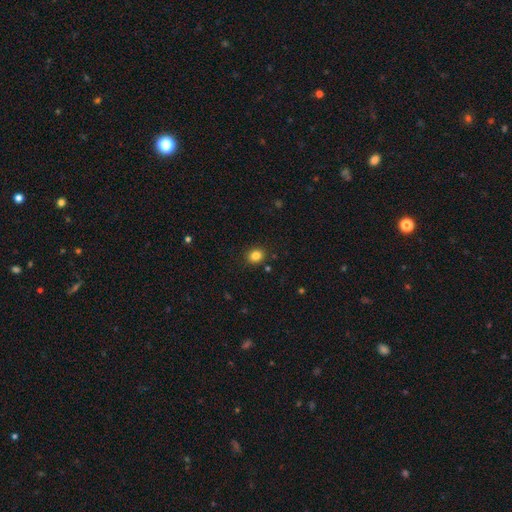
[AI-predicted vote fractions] Smooth or featured? smooth (83%)
How rounded? round (71%)
Merging? none (89%)